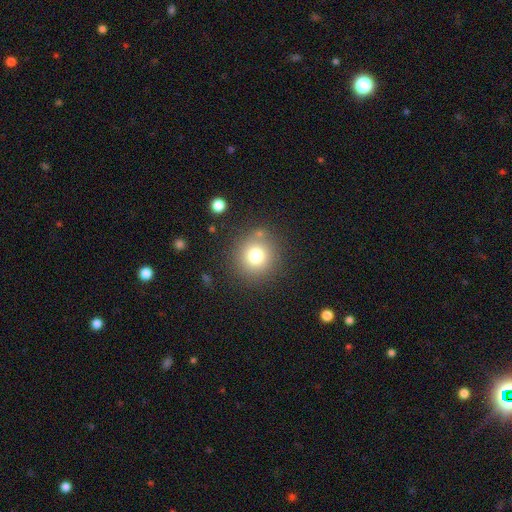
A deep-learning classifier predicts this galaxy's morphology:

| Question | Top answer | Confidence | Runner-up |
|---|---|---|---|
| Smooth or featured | smooth | 76% | star or artifact (14%) |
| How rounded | round | 92% | in between (8%) |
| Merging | none | 82% | minor disturbance (9%) |